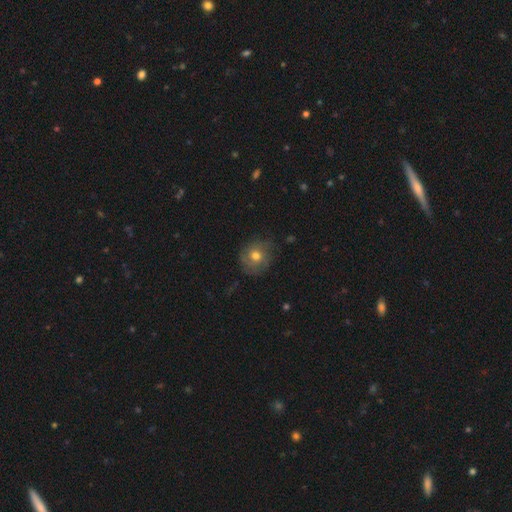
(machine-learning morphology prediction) Smooth or featured?
  - smooth: 53% *
  - featured or disk: 36%
  - star or artifact: 11%
How rounded?
  - round: 82% *
  - in between: 17%
  - cigar-shaped: 1%
Merging?
  - none: 72% *
  - minor disturbance: 19%
  - major disturbance: 7%
  - merger: 1%